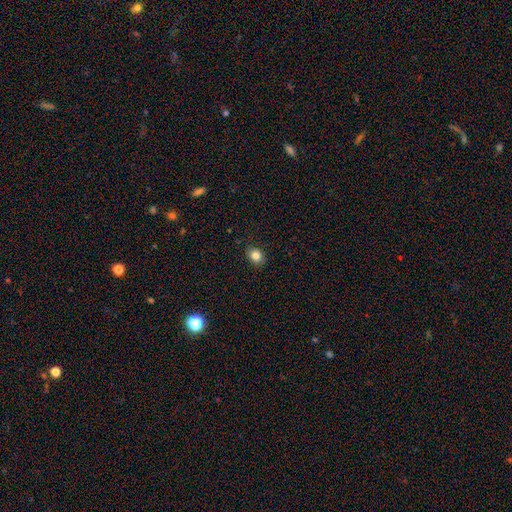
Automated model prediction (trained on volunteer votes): Smooth or featured?
  - smooth: 84% *
  - star or artifact: 10%
  - featured or disk: 6%
How rounded?
  - round: 56% *
  - in between: 43%
  - cigar-shaped: 1%
Merging?
  - none: 86% *
  - minor disturbance: 10%
  - major disturbance: 2%
  - merger: 1%